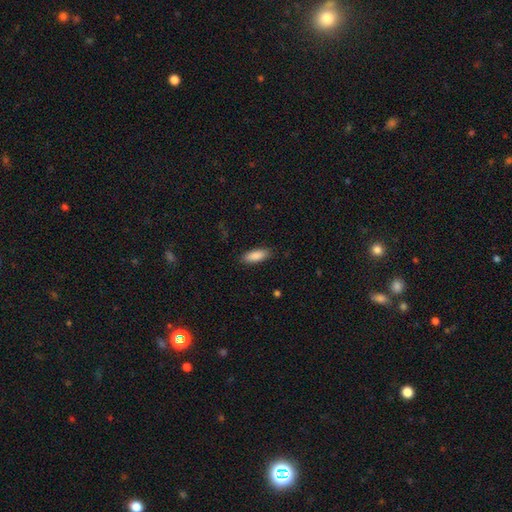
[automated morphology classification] type=smooth (88%); roundness=in between (70%); merging=none (87%).